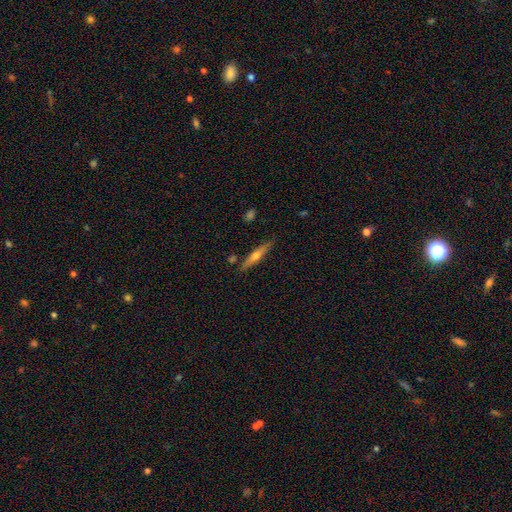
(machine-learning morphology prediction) smooth-or-featured: featured or disk: 57% | smooth: 37% | star or artifact: 7%
  disk-edge-on: yes: 94% | no: 6%
    edge-on-bulge: rounded: 88% | none: 9% | boxy: 3%
  merging: none: 85% | minor disturbance: 10% | merger: 3% | major disturbance: 2%